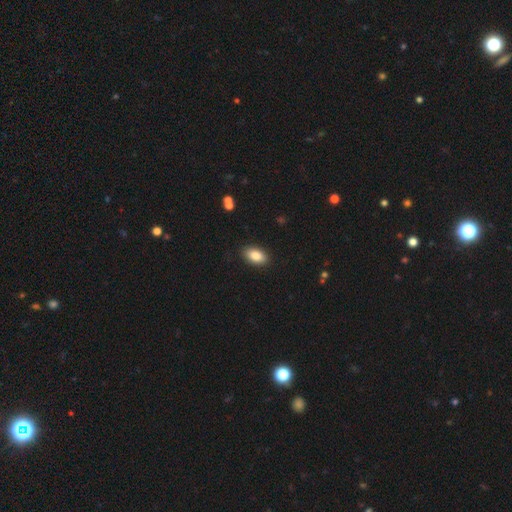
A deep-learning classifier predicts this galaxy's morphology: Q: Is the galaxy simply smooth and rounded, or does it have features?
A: smooth — 85%.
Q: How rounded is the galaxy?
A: in between — 93%.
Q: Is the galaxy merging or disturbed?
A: none — 88%.